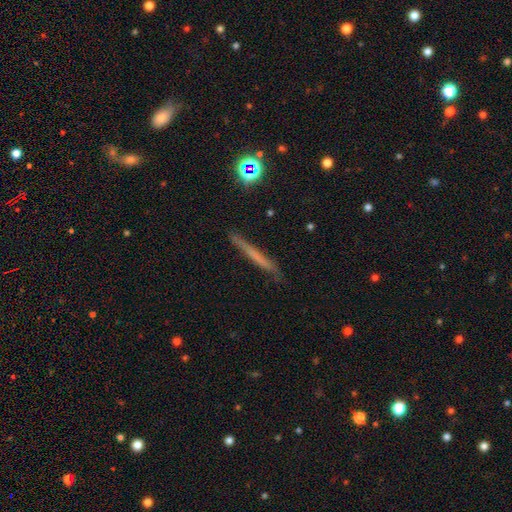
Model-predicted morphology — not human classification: Smooth or featured? Predicted: smooth (p=0.48). Merging? Predicted: none (p=0.84).